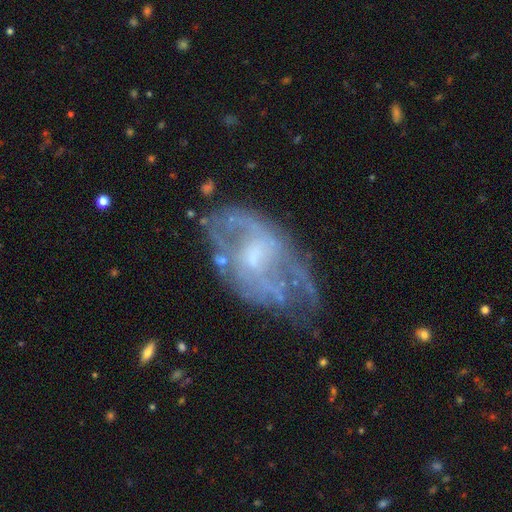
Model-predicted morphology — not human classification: Smooth or featured?
  - featured or disk: 76% *
  - smooth: 16%
  - star or artifact: 8%
Edge-on disk?
  - no: 95% *
  - yes: 5%
Bar?
  - no: 59% *
  - weak: 35%
  - strong: 7%
Spiral arms?
  - yes: 66% *
  - no: 34%
Bulge size?
  - small: 49% *
  - moderate: 34%
  - none: 13%
  - large: 3%
  - dominant: 1%
Merging?
  - none: 50% *
  - minor disturbance: 27%
  - major disturbance: 20%
  - merger: 4%